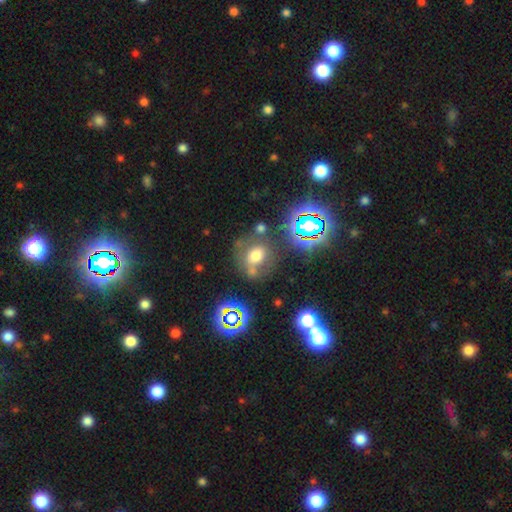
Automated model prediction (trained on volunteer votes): smooth-or-featured: smooth: 55% | star or artifact: 25% | featured or disk: 21%
  how-rounded: round: 69% | in between: 30% | cigar-shaped: 1%
  merging: none: 54% | minor disturbance: 18% | merger: 16% | major disturbance: 11%